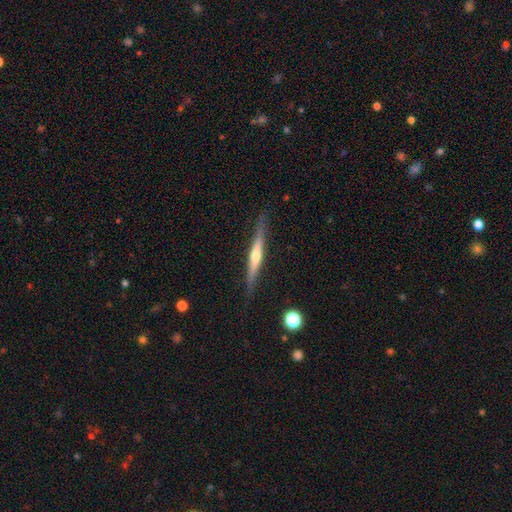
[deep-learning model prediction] A featured or disk galaxy (66%) viewed edge-on (97%) with a rounded central bulge (78%).

Vote fractions:
- Smooth or featured? featured or disk: 66% / smooth: 28% / star or artifact: 6%
- Edge-on disk? yes: 97% / no: 3%
- Edge-on bulge? rounded: 78% / none: 16% / boxy: 5%
- Merging? none: 86% / minor disturbance: 11% / major disturbance: 2% / merger: 1%